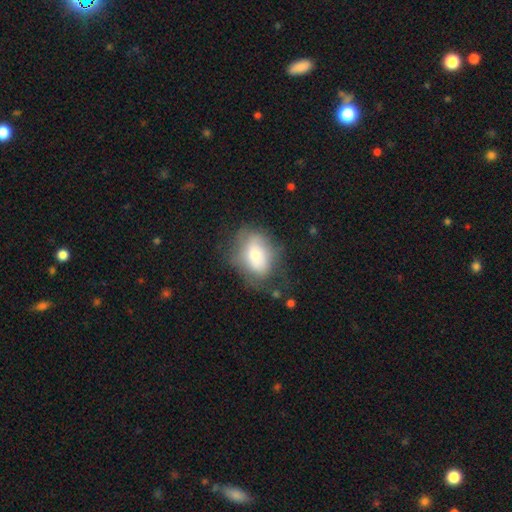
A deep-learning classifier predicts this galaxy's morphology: Overall: smooth (62%; featured or disk 29%). How rounded: in between (74%). Merging: none (48%; minor disturbance 29%).